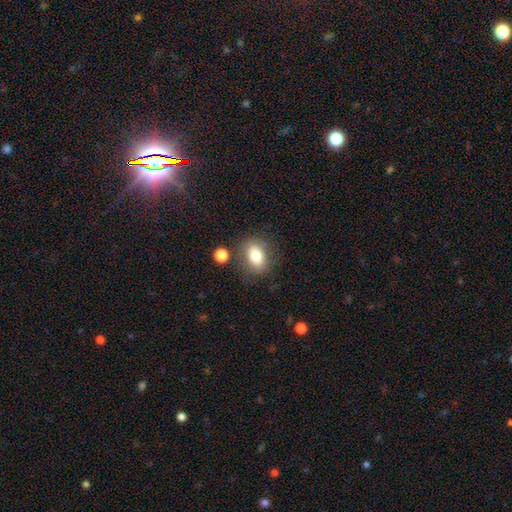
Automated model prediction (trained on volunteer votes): Smooth or featured? Predicted: smooth (p=0.77). How rounded? Predicted: in between (p=0.70). Merging? Predicted: none (p=0.74).